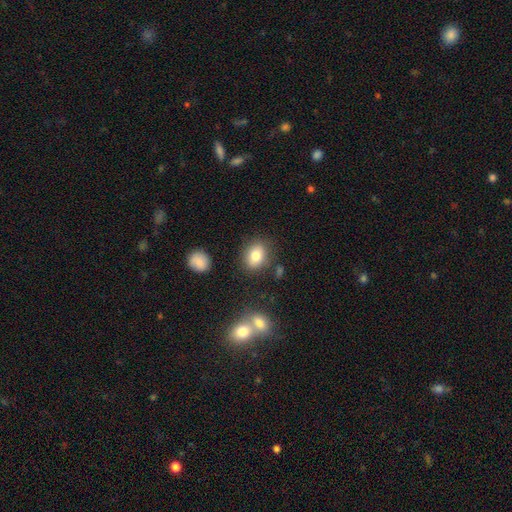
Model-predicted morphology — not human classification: A smooth galaxy with no disk features (81%) that is in between round and cigar-shaped (63%). Merging: none (81%).